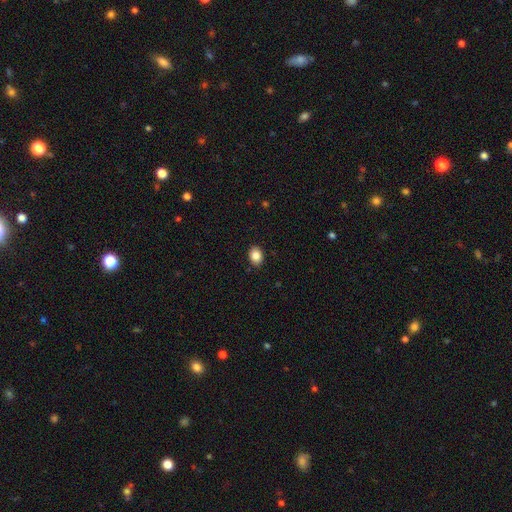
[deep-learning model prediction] smooth_or_featured: smooth (p=0.87) [alt: star or artifact p=0.09]
how_rounded: in between (p=0.66) [alt: round p=0.33]
merging: none (p=0.88) [alt: minor disturbance p=0.09]